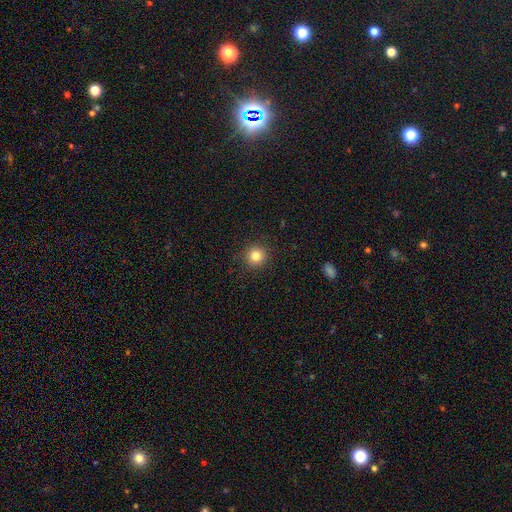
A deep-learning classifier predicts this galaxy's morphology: A smooth galaxy with no disk features (83%) that is round (94%). Merging: none (91%).